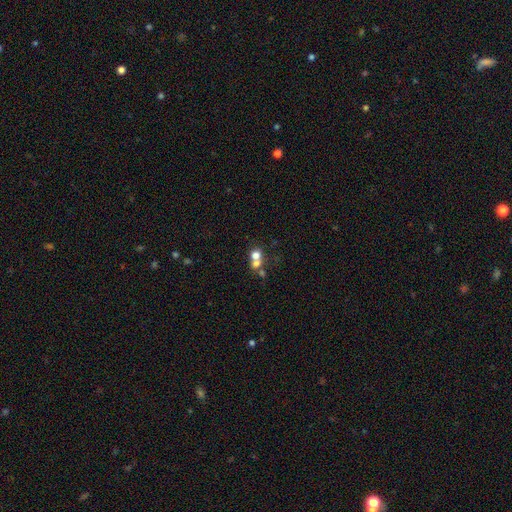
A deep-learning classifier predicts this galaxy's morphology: The model was most divided on "merging": merger: 57%, none: 34%, minor disturbance: 6%, major disturbance: 4%. More confident: how rounded — round (79%); smooth or featured — smooth (67%).